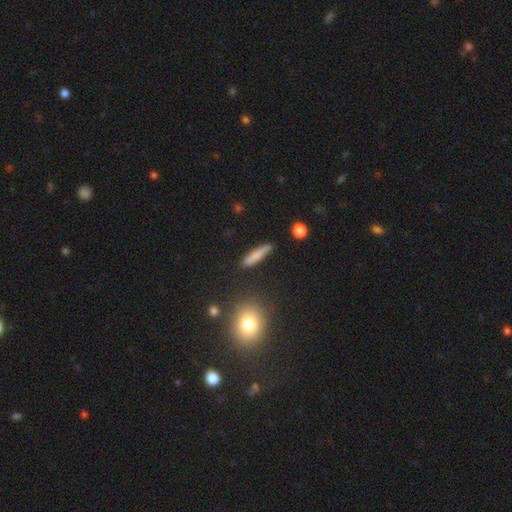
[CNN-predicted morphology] smooth-or-featured: smooth: 74% | featured or disk: 18% | star or artifact: 7%
  how-rounded: cigar-shaped: 86% | in between: 11% | round: 3%
  merging: none: 81% | minor disturbance: 13% | merger: 3% | major disturbance: 3%